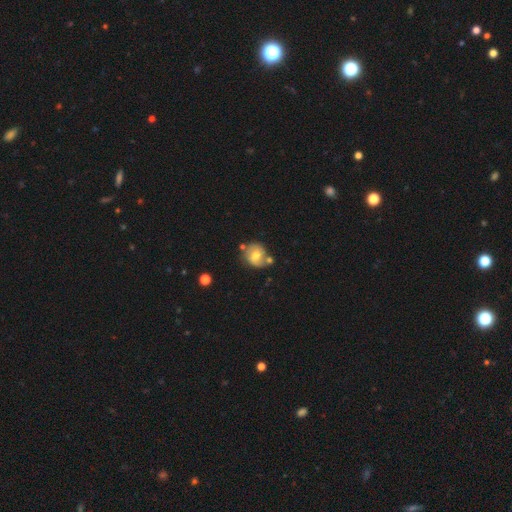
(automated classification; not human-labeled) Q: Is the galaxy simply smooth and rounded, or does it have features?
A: smooth — 52%.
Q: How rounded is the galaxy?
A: round — 78%.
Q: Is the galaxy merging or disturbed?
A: none — 60%.